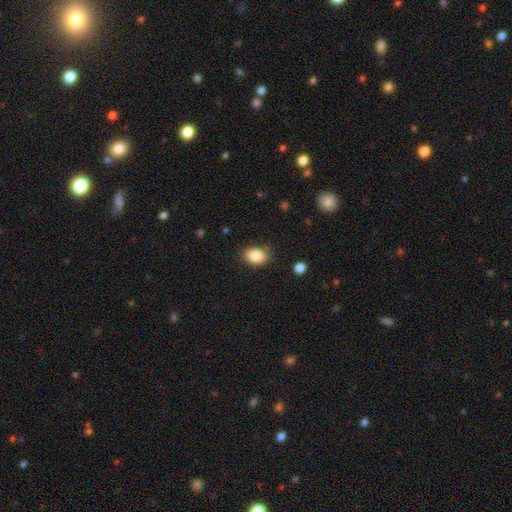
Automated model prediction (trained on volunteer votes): Smooth or featured?
  - smooth: 85% *
  - star or artifact: 8%
  - featured or disk: 7%
How rounded?
  - in between: 81% *
  - round: 18%
  - cigar-shaped: 1%
Merging?
  - none: 81% *
  - minor disturbance: 14%
  - major disturbance: 3%
  - merger: 2%